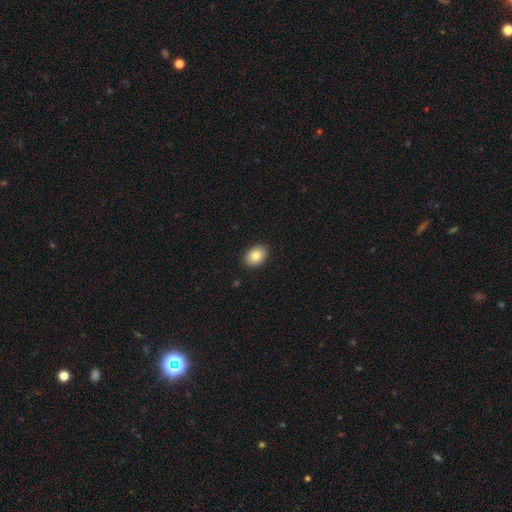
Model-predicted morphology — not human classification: A smooth galaxy with no disk features (82%) that is in between round and cigar-shaped (76%).

Vote fractions:
- Smooth or featured? smooth: 82% / featured or disk: 10% / star or artifact: 8%
- How rounded? in between: 76% / round: 23% / cigar-shaped: 1%
- Merging? none: 90% / minor disturbance: 7% / major disturbance: 2% / merger: 1%